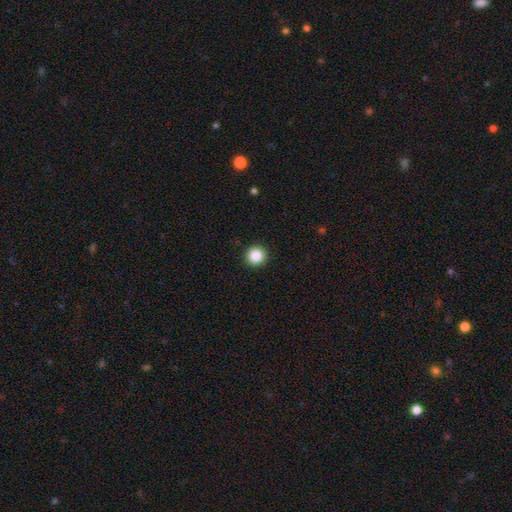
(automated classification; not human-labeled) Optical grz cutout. It shows a smooth galaxy with no disk features (85%) that is round (95%). Merging: none (93%).